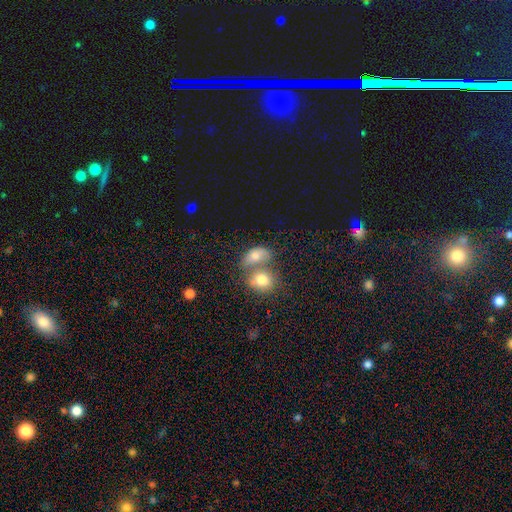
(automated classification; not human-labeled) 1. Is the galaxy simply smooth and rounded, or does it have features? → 71% smooth, 18% featured or disk, 12% star or artifact.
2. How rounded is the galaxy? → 73% in between, 24% round, 3% cigar-shaped.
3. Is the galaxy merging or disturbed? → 57% merger, 25% none, 10% minor disturbance, 8% major disturbance.